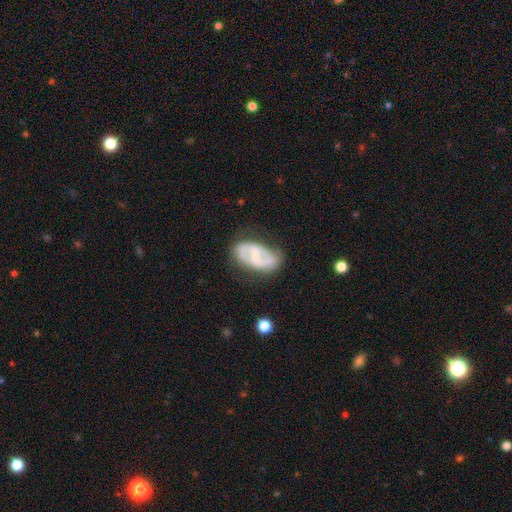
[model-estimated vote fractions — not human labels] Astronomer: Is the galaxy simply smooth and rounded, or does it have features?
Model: featured or disk — 63%.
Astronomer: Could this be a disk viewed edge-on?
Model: no — 94%.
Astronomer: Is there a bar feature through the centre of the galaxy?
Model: weak — 40% (runner-up: strong, 33%).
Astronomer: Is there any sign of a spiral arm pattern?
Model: yes — 59% (runner-up: no, 41%).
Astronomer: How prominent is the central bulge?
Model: small — 46% (runner-up: moderate, 30%).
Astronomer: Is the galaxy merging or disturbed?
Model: none — 61%.